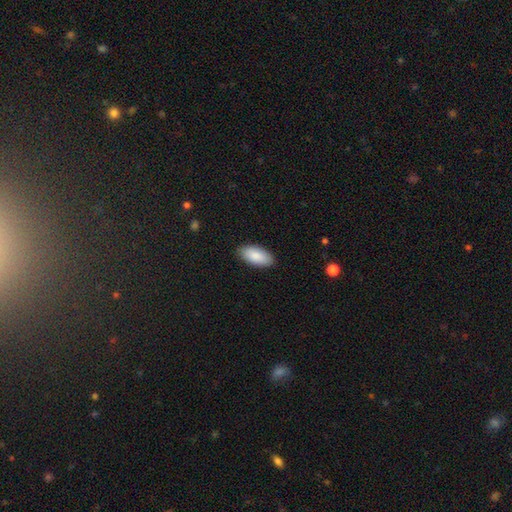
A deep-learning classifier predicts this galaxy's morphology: The model was most divided on "merging": none: 88%, minor disturbance: 9%, major disturbance: 2%, merger: 1%. More confident: how rounded — in between (93%); smooth or featured — smooth (89%).